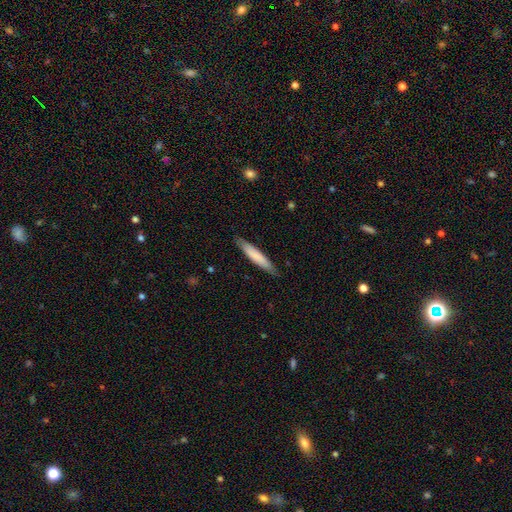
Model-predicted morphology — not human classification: This appears to be a smooth galaxy with no disk features (75%) that is cigar-shaped (89%). Merging: none (85%).